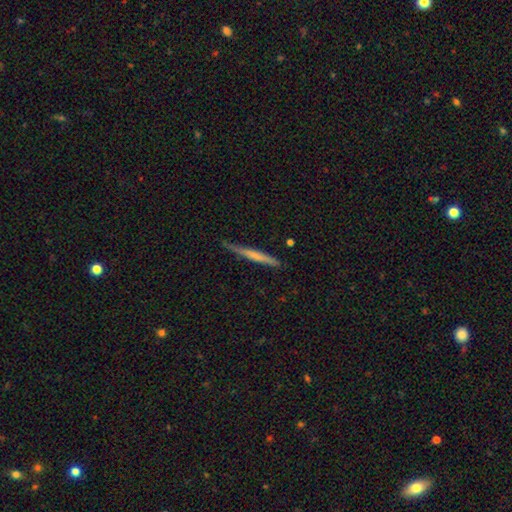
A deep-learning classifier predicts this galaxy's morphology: smooth_or_featured: smooth (p=0.52) [alt: featured or disk p=0.42]
how_rounded: cigar-shaped (p=0.96) [alt: in between p=0.03]
merging: none (p=0.77) [alt: minor disturbance p=0.19]